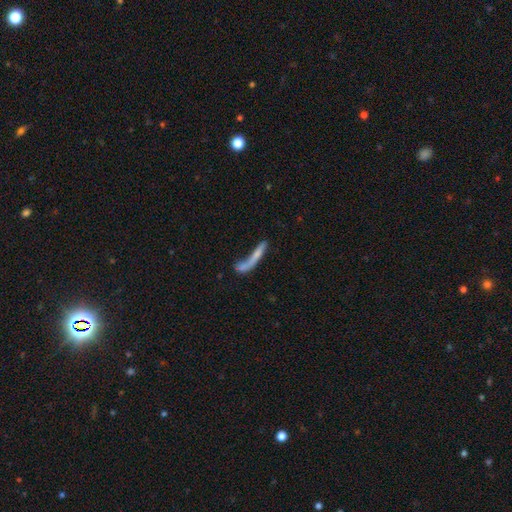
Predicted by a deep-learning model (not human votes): Smooth or featured?
  - smooth: 60% *
  - featured or disk: 31%
  - star or artifact: 9%
How rounded?
  - cigar-shaped: 89% *
  - in between: 9%
  - round: 2%
Merging?
  - none: 33% *
  - merger: 28%
  - major disturbance: 23%
  - minor disturbance: 16%